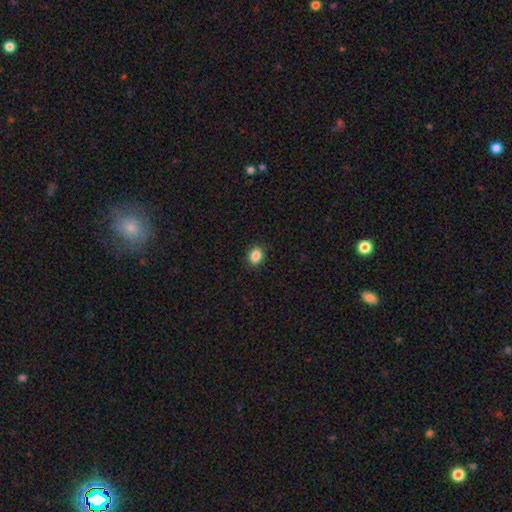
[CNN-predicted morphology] Overall: smooth (86%). How rounded: round (58%; in between 41%). Merging: none (90%).